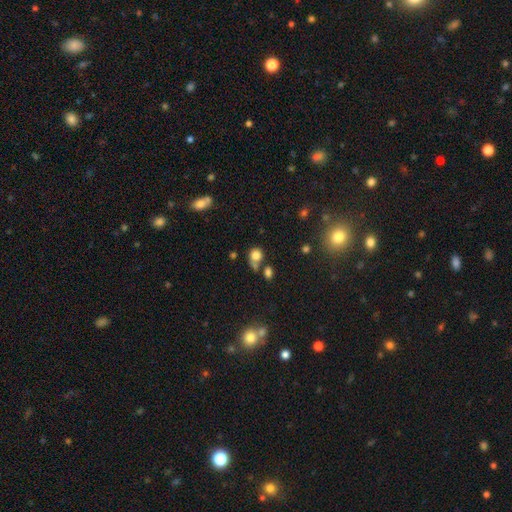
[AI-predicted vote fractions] A smooth galaxy with no disk features (78%) that is round (78%).

Vote fractions:
- Smooth or featured? smooth: 78% / star or artifact: 14% / featured or disk: 8%
- How rounded? round: 78% / in between: 21% / cigar-shaped: 1%
- Merging? none: 50% / merger: 28% / minor disturbance: 14% / major disturbance: 7%